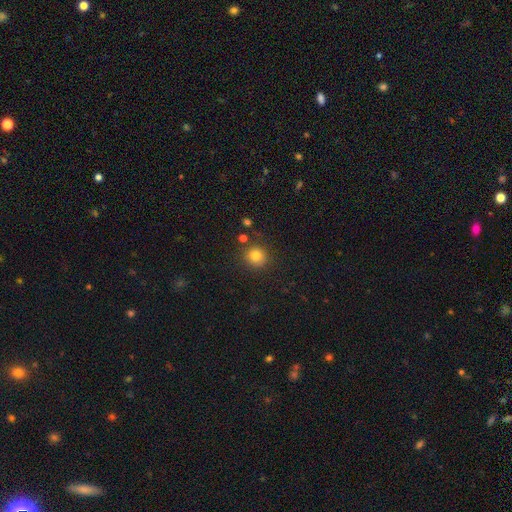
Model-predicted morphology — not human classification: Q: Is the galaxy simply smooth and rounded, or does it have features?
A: smooth — 82%.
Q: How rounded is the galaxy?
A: round — 92%.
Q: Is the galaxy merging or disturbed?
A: none — 85%.